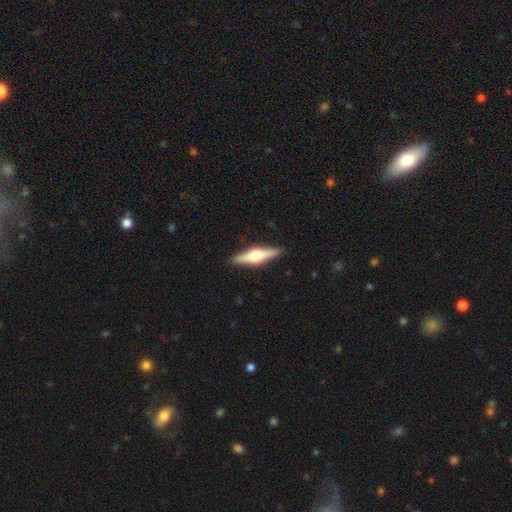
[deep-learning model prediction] A featured or disk galaxy (66%) viewed edge-on (97%) with a rounded central bulge (92%).

Vote fractions:
- Smooth or featured? featured or disk: 66% / smooth: 28% / star or artifact: 5%
- Edge-on disk? yes: 97% / no: 3%
- Edge-on bulge? rounded: 92% / boxy: 6% / none: 2%
- Merging? none: 91% / minor disturbance: 7% / major disturbance: 1% / merger: 1%